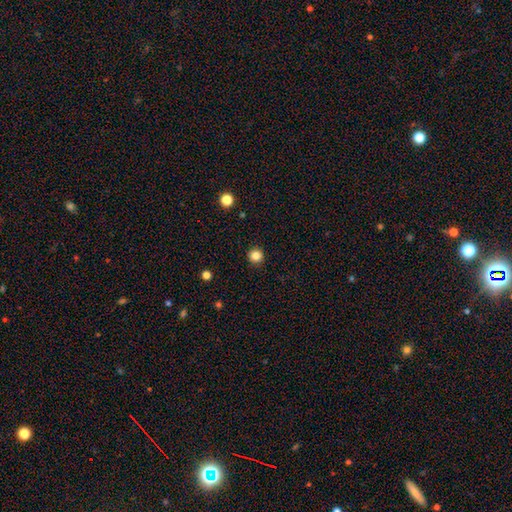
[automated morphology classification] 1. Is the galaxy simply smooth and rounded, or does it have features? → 84% smooth, 12% star or artifact, 4% featured or disk.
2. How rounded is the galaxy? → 95% round, 4% in between, 1% cigar-shaped.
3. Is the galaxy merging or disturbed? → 92% none, 5% minor disturbance, 2% major disturbance, 1% merger.